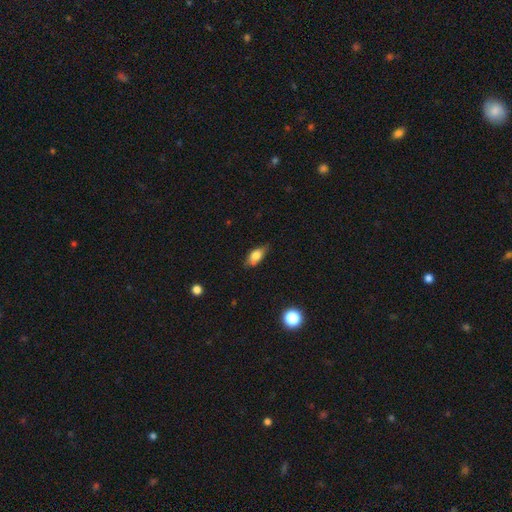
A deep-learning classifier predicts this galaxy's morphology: This is likely a smooth galaxy (73%). How rounded: clearly in between (83%). Merging: likely none (71%).